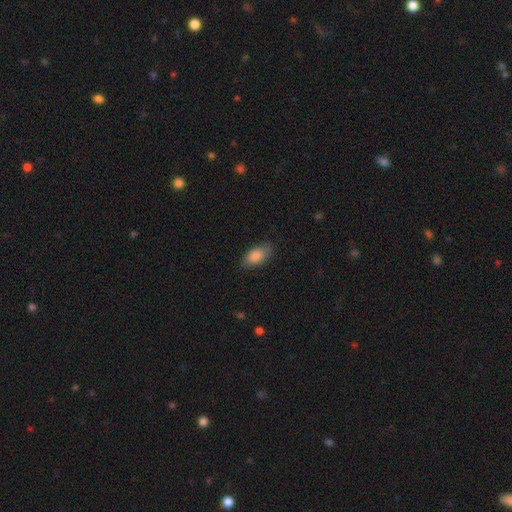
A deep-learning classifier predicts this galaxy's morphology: Q: Smooth or featured?
A: smooth (85%); runner-up: featured or disk (8%)
Q: How rounded?
A: in between (91%); runner-up: round (5%)
Q: Merging?
A: none (77%); runner-up: minor disturbance (18%)